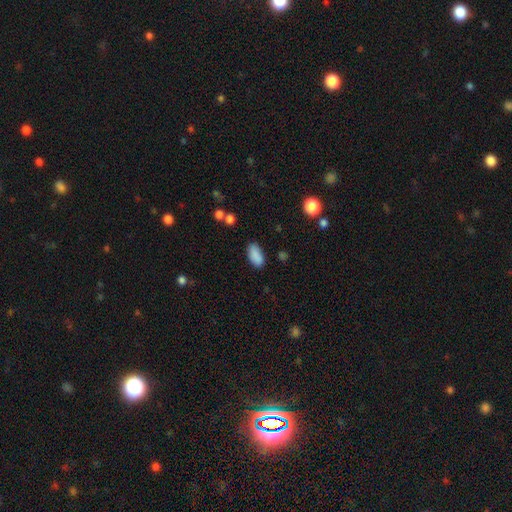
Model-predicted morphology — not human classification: type=smooth (88%); roundness=in between (92%); merging=none (81%).